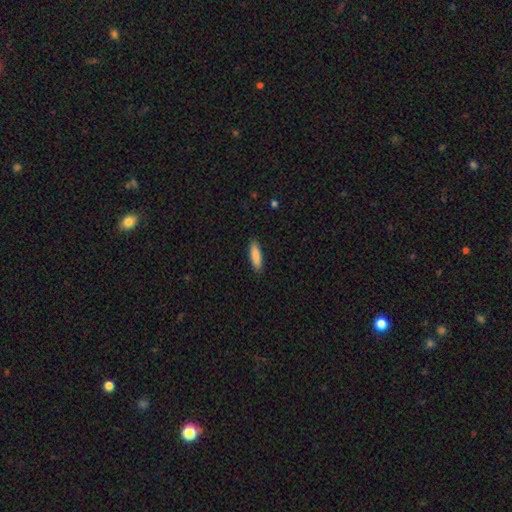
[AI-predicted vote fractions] Overall: smooth (87%). How rounded: cigar-shaped (61%; in between 37%). Merging: none (89%).